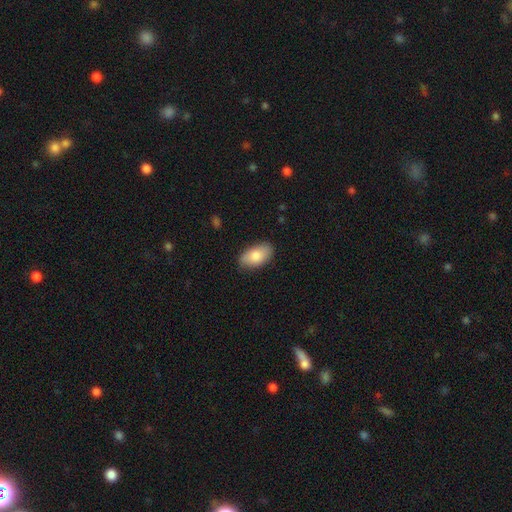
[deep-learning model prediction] A smooth galaxy with no disk features (82%) that is in between round and cigar-shaped (94%).

Vote fractions:
- Smooth or featured? smooth: 82% / featured or disk: 12% / star or artifact: 6%
- How rounded? in between: 94% / round: 4% / cigar-shaped: 2%
- Merging? none: 83% / minor disturbance: 14% / major disturbance: 3% / merger: 1%